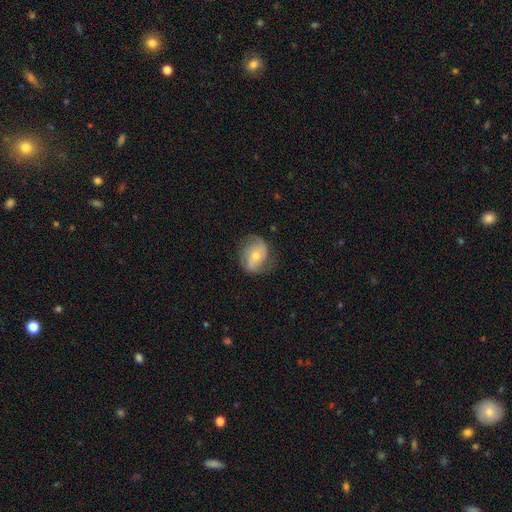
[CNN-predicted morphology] Overall: featured or disk (67%). Edge-on disk: no (96%). Bar: no (49%; weak 35%). Spiral arms: yes (87%). Spiral arm count: 2 (75%). Spiral winding: medium (41%; loose 29%). Bulge size: moderate (55%; small 41%). Merging: none (70%).